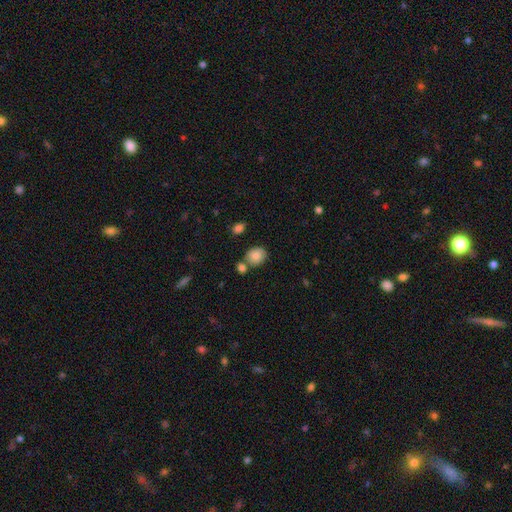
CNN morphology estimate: Smooth or featured? Predicted: smooth (p=0.81). How rounded? Predicted: round (p=0.55). Merging? Predicted: none (p=0.67).